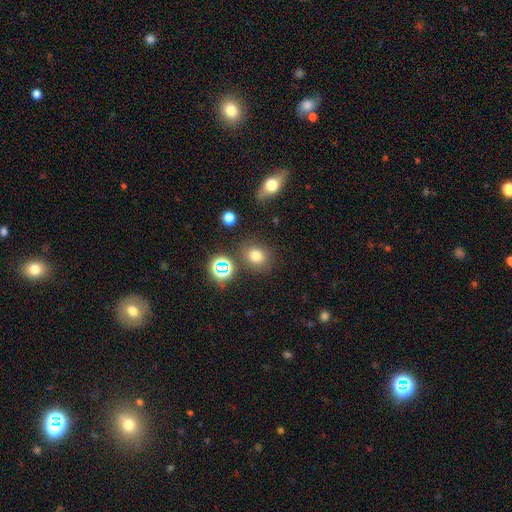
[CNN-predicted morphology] Smooth or featured?
  - smooth: 72% *
  - star or artifact: 20%
  - featured or disk: 8%
How rounded?
  - round: 67% *
  - in between: 32%
  - cigar-shaped: 1%
Merging?
  - none: 80% *
  - minor disturbance: 10%
  - merger: 6%
  - major disturbance: 4%